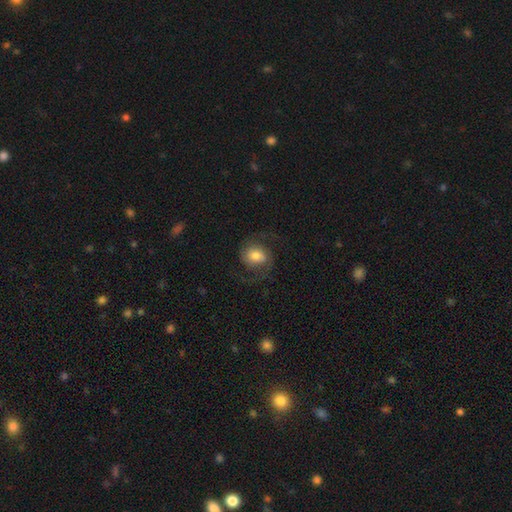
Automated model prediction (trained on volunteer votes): A featured or disk galaxy (56%) with no bar (56%), spiral arms (89%) and a moderate central bulge (53%). Merging: none (67%).